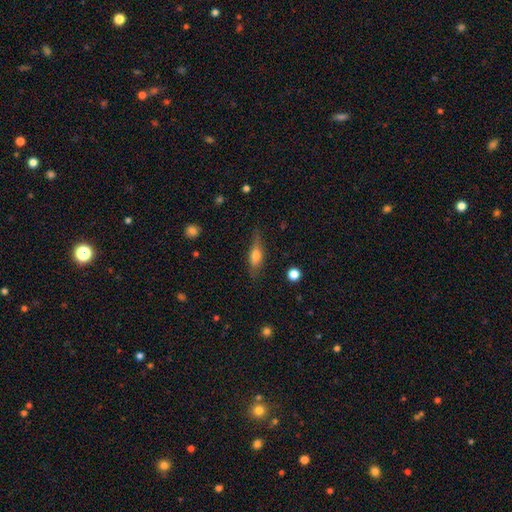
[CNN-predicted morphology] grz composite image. It shows a smooth galaxy with no disk features (54%) that is in between round and cigar-shaped (50%). Merging: none (73%).